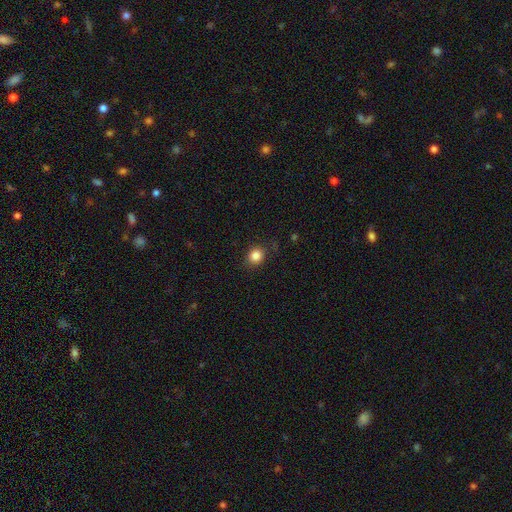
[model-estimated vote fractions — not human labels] A smooth galaxy with no disk features (85%) that is round (74%).

Vote fractions:
- Smooth or featured? smooth: 85% / star or artifact: 11% / featured or disk: 4%
- How rounded? round: 74% / in between: 25% / cigar-shaped: 1%
- Merging? none: 85% / minor disturbance: 10% / major disturbance: 3% / merger: 1%